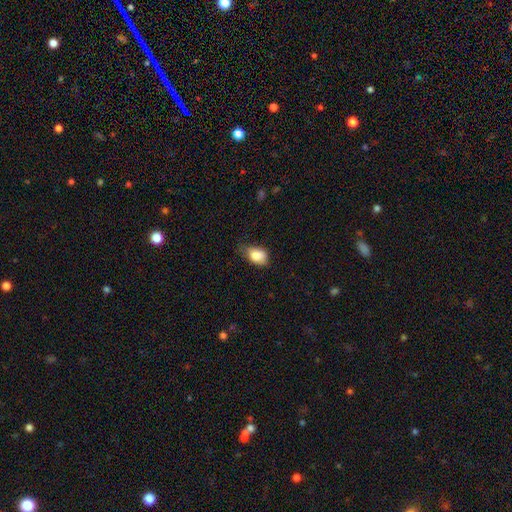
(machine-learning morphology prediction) smooth_or_featured: smooth (p=0.85) [alt: star or artifact p=0.08]
how_rounded: in between (p=0.82) [alt: round p=0.16]
merging: none (p=0.44) [alt: minor disturbance p=0.42]